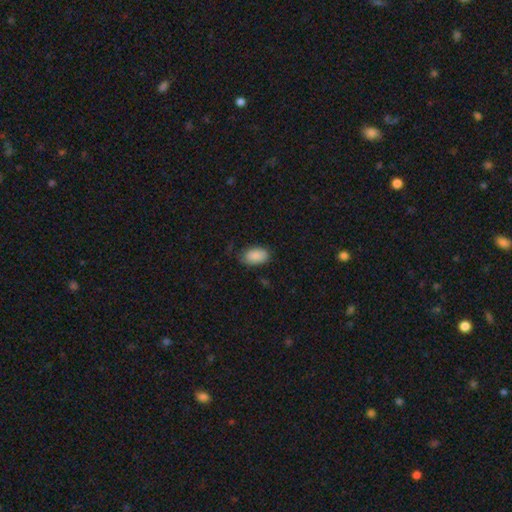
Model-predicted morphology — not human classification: Smooth or featured? smooth (88%)
How rounded? in between (93%)
Merging? none (76%)